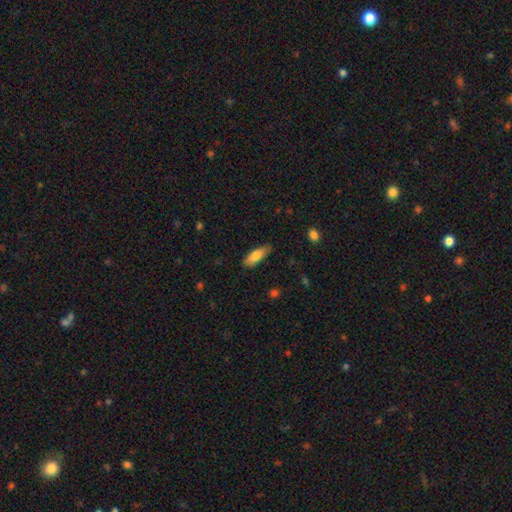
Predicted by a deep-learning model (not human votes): Smooth or featured: smooth — 78% (featured or disk — 16%)
How rounded: in between — 56% (cigar-shaped — 42%)
Merging: none — 82% (minor disturbance — 15%)